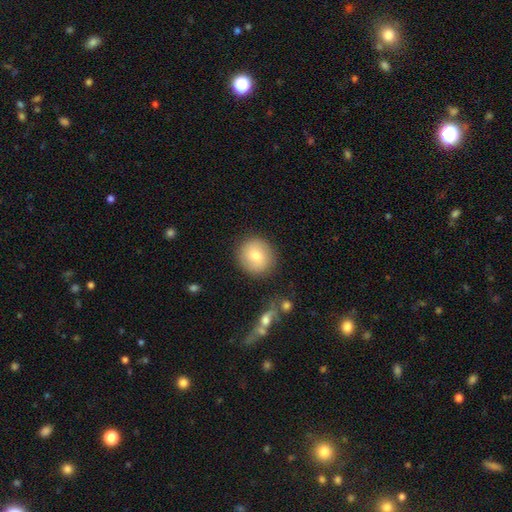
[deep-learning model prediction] This is likely a smooth galaxy (76%). How rounded: clearly round (90%). Merging: clearly none (86%).